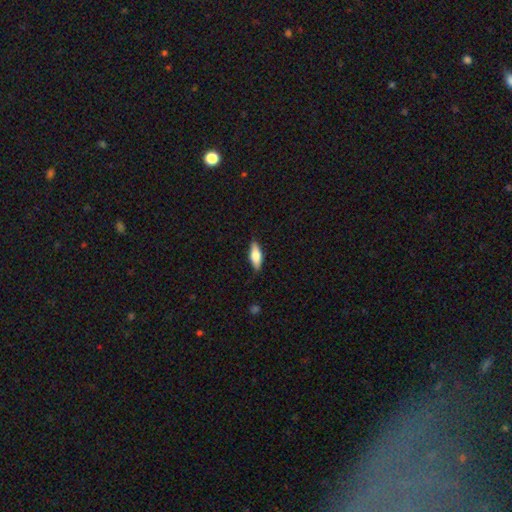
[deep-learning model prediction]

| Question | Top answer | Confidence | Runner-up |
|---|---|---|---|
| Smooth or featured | smooth | 68% | featured or disk (26%) |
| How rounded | in between | 65% | cigar-shaped (32%) |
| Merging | none | 85% | minor disturbance (12%) |